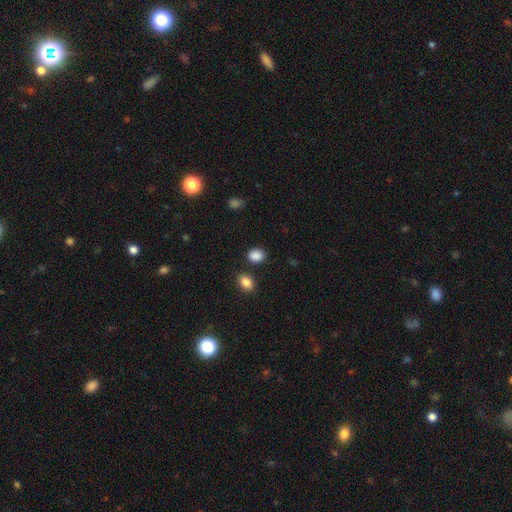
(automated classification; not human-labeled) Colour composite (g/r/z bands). It shows a smooth galaxy with no disk features (88%) that is in between round and cigar-shaped (57%). Merging: none (83%).